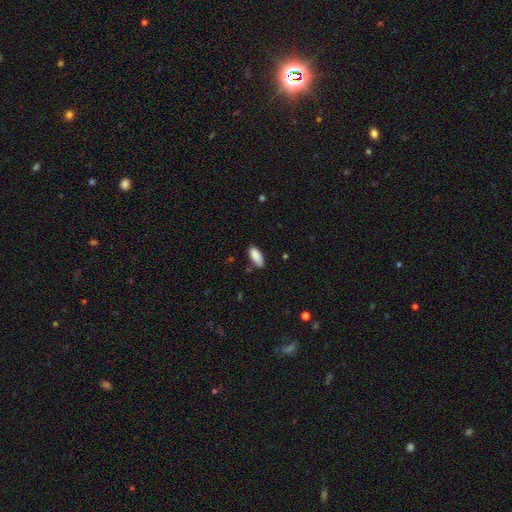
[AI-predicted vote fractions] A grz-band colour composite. It shows a smooth galaxy with no disk features (89%) that is in between round and cigar-shaped (84%). Merging: none (78%).